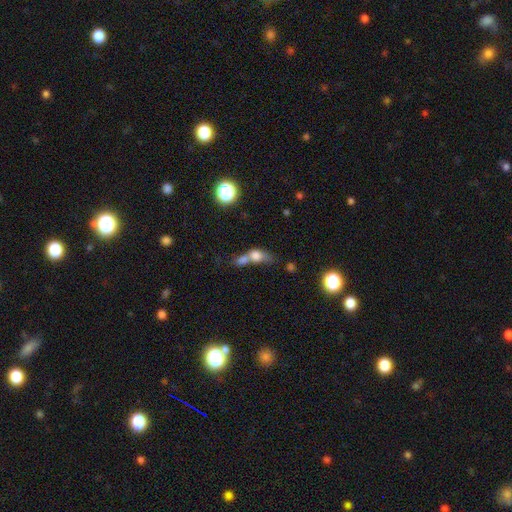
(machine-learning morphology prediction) Overall: smooth (69%). How rounded: in between (57%; round 33%). Merging: merger (66%).